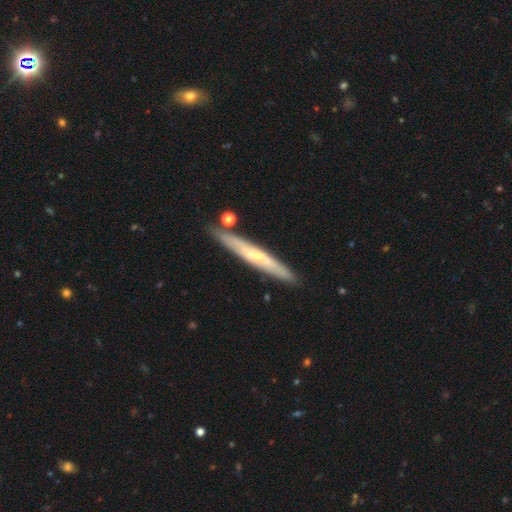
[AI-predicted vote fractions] Smooth or featured? featured or disk (56%)
Edge-on disk? yes (86%)
Merging? none (83%)